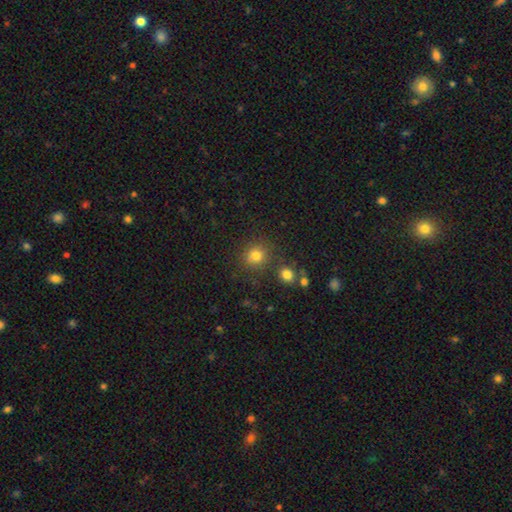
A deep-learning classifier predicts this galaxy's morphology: A smooth galaxy with no disk features (79%) that is round (87%).

Vote fractions:
- Smooth or featured? smooth: 79% / star or artifact: 14% / featured or disk: 6%
- How rounded? round: 87% / in between: 12% / cigar-shaped: 1%
- Merging? none: 80% / minor disturbance: 9% / merger: 7% / major disturbance: 4%